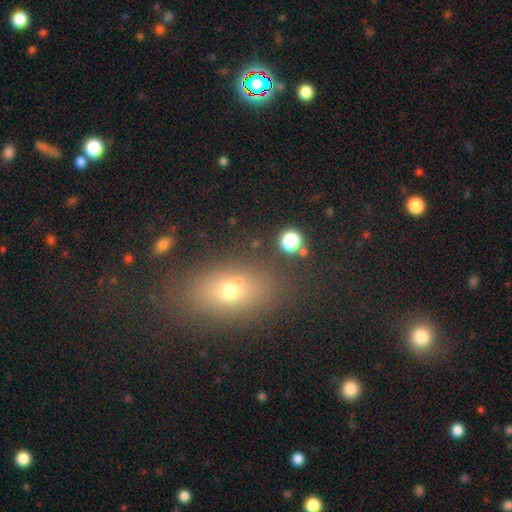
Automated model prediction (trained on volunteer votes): smooth_or_featured: smooth (p=0.62) [alt: star or artifact p=0.23]
how_rounded: in between (p=0.77) [alt: round p=0.16]
merging: none (p=0.82) [alt: minor disturbance p=0.10]